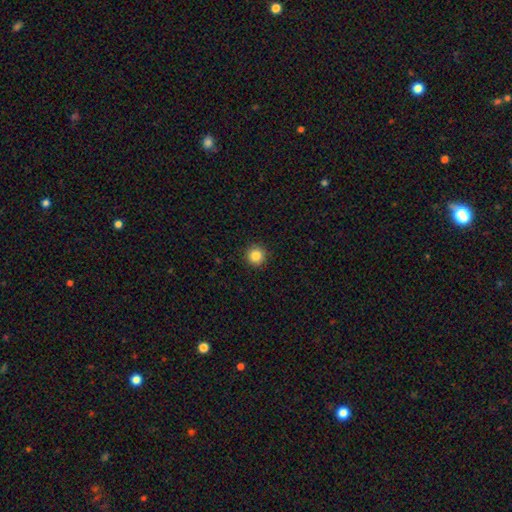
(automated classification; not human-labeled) This is clearly a smooth galaxy (85%). How rounded: clearly round (96%). Merging: clearly none (92%).